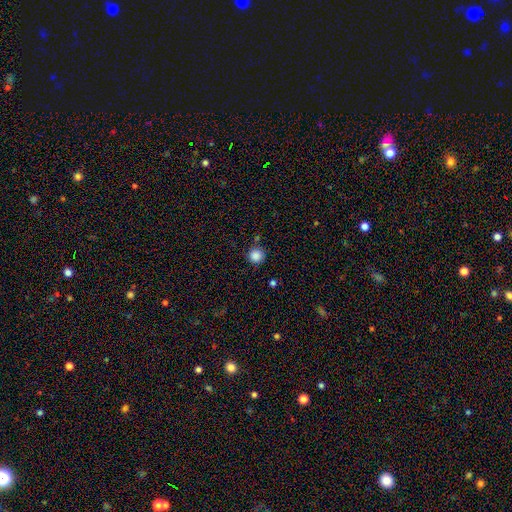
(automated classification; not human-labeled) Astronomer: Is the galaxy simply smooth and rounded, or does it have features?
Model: smooth — 86%.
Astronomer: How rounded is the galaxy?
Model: round — 95%.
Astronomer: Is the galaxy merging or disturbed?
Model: none — 83%.